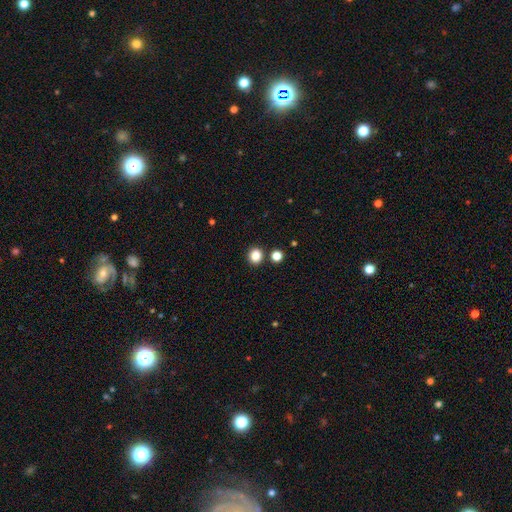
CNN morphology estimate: The model was most divided on "how rounded": round: 85%, in between: 14%, cigar-shaped: 1%. More confident: merging — none (87%); smooth or featured — smooth (84%).